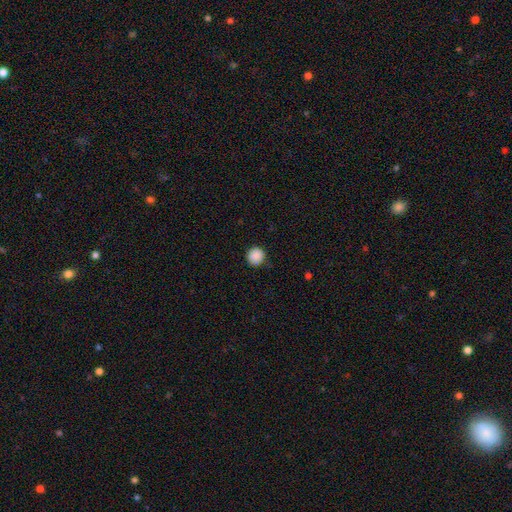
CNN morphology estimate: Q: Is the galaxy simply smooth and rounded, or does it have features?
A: smooth — 89%.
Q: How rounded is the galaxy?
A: round — 94%.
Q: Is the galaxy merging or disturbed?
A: none — 88%.